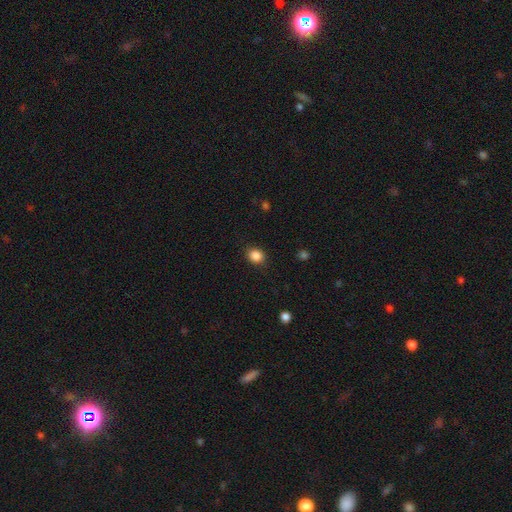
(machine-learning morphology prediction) Overall: smooth (86%). How rounded: round (60%; in between 39%). Merging: none (87%).